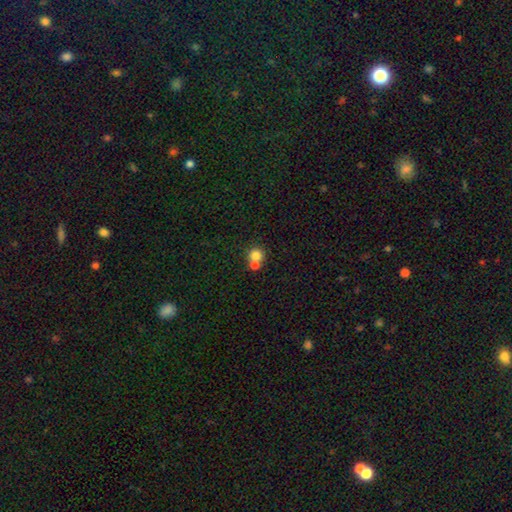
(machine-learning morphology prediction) This is likely a smooth galaxy (78%). How rounded: clearly round (87%). Merging: possibly merger (53%).